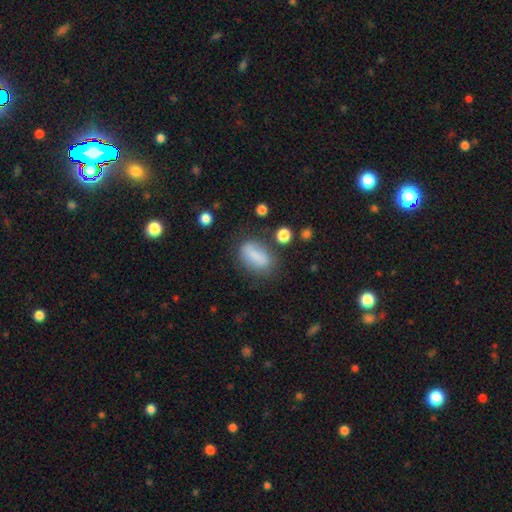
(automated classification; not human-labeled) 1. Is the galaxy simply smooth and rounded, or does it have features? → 78% smooth, 14% featured or disk, 9% star or artifact.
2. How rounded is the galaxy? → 85% in between, 8% round, 7% cigar-shaped.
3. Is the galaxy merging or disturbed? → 64% none, 20% minor disturbance, 9% major disturbance, 7% merger.